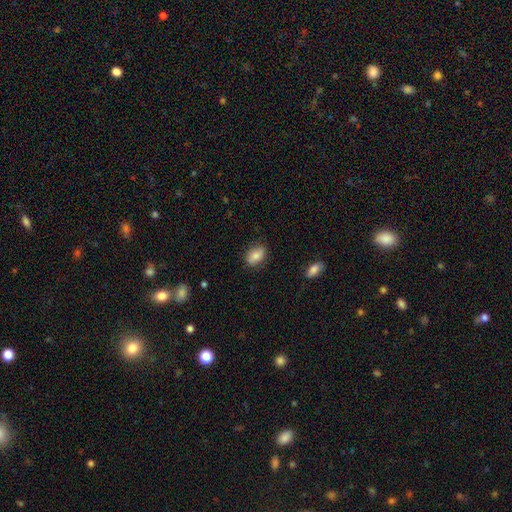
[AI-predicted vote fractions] smooth 83%, featured or disk 10%, star or artifact 8%. Down the decision tree: how rounded — in between (86%); merging — none (83%).